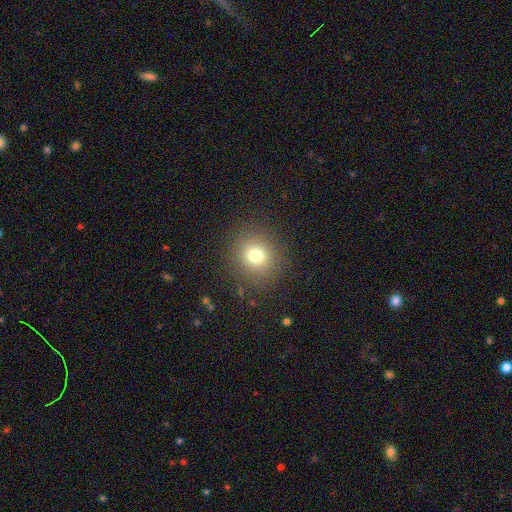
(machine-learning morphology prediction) Smooth or featured?
  - smooth: 75% *
  - star or artifact: 15%
  - featured or disk: 9%
How rounded?
  - round: 85% *
  - in between: 14%
  - cigar-shaped: 1%
Merging?
  - none: 87% *
  - minor disturbance: 8%
  - major disturbance: 4%
  - merger: 1%